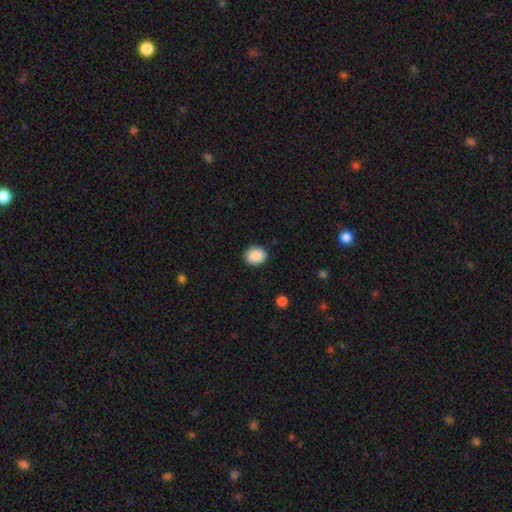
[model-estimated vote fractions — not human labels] smooth-or-featured: smooth: 89% | star or artifact: 8% | featured or disk: 3%
  how-rounded: round: 64% | in between: 35% | cigar-shaped: 1%
  merging: none: 89% | minor disturbance: 8% | major disturbance: 2% | merger: 1%